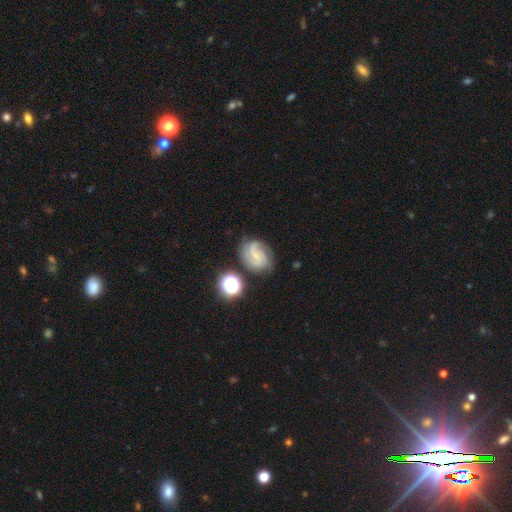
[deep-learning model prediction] smooth_or_featured: featured or disk (p=0.76) [alt: smooth p=0.14]
disk_edge_on: no (p=0.98) [alt: yes p=0.02]
bar: weak (p=0.51) [alt: no p=0.34]
has_spiral_arms: yes (p=0.96) [alt: no p=0.04]
spiral_winding: medium (p=0.47) [alt: tight p=0.36]
spiral_arm_count: 2 (p=0.48) [alt: 3 p=0.24]
bulge_size: small (p=0.58) [alt: none p=0.27]
merging: none (p=0.68) [alt: minor disturbance p=0.19]